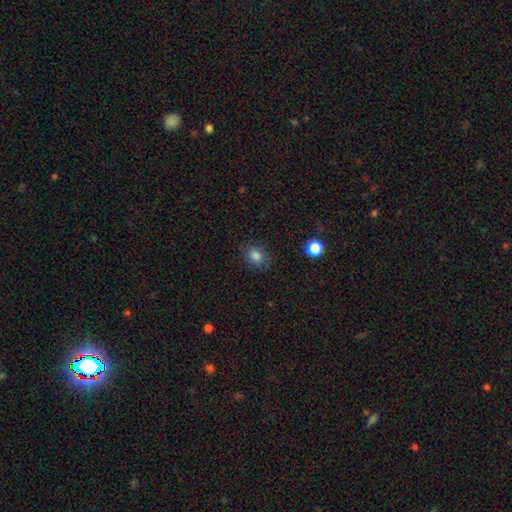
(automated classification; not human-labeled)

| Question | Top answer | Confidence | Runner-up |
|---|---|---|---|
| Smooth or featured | smooth | 83% | star or artifact (11%) |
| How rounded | round | 61% | in between (38%) |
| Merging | none | 82% | minor disturbance (13%) |